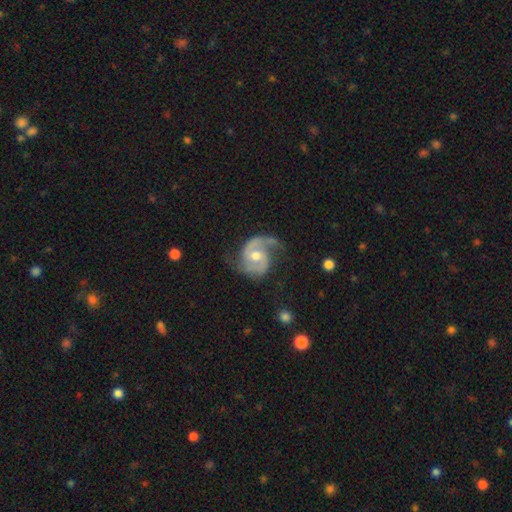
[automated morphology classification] Overall: featured or disk (89%). Edge-on disk: no (98%). Bar: no (51%; weak 39%). Spiral arms: yes (97%). Spiral arm count: 2 (90%). Spiral winding: medium (55%; loose 24%). Bulge size: moderate (74%). Merging: none (67%).